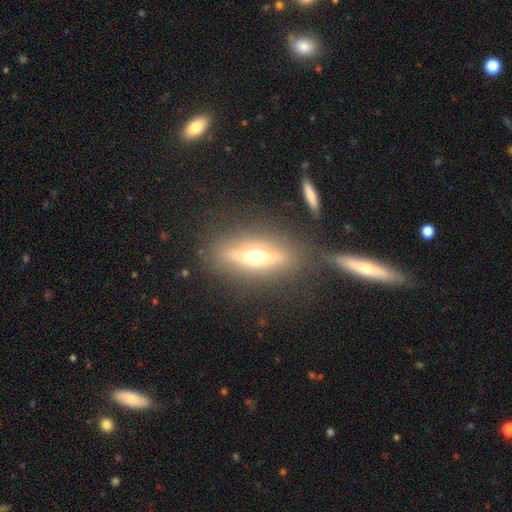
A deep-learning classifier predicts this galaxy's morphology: Smooth or featured: featured or disk — 56% (smooth — 35%)
Edge-on disk: yes — 81% (no — 19%)
Merging: none — 72% (minor disturbance — 12%)